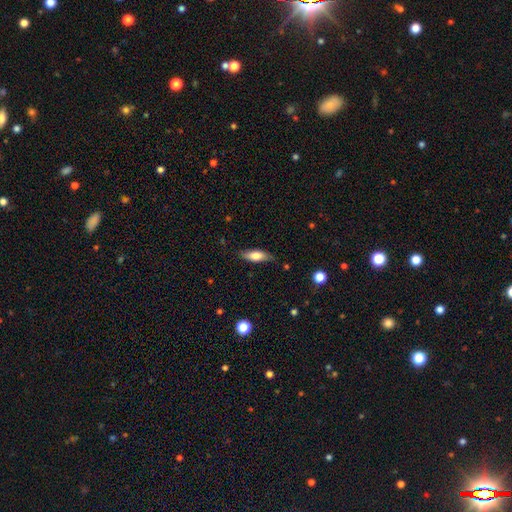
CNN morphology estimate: type=smooth (70%); roundness=in between (64%); merging=none (77%).